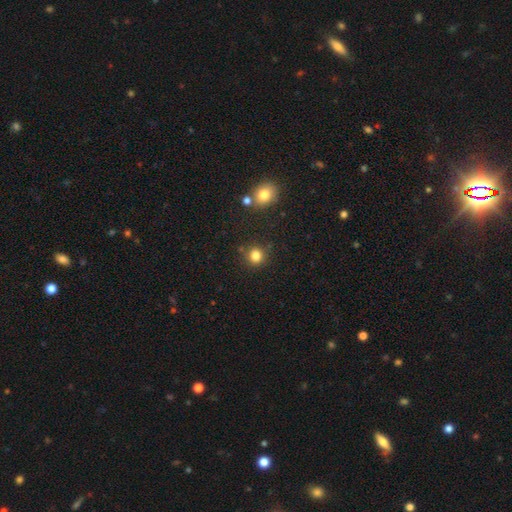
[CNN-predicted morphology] Smooth or featured: smooth — 83% (star or artifact — 12%)
How rounded: round — 88% (in between — 11%)
Merging: none — 83% (minor disturbance — 10%)